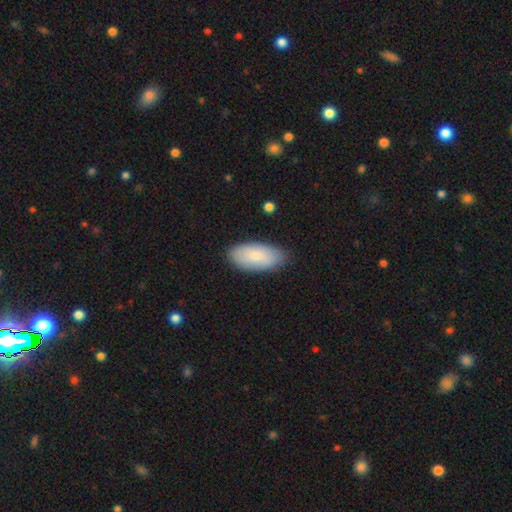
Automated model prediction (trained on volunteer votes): Smooth or featured? Predicted: smooth (p=0.78). How rounded? Predicted: in between (p=0.92). Merging? Predicted: none (p=0.84).